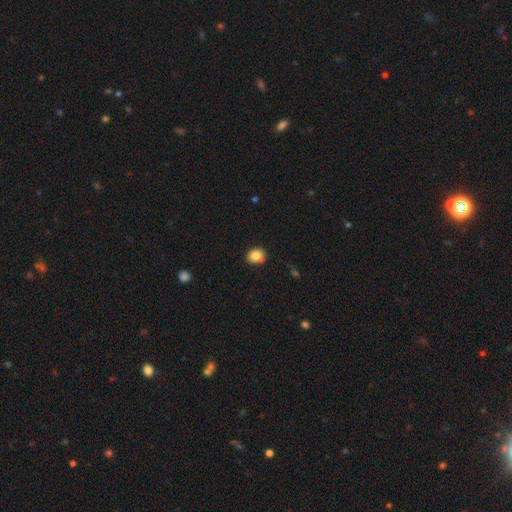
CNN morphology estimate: Smooth or featured: smooth — 85% (star or artifact — 10%)
How rounded: round — 60% (in between — 39%)
Merging: none — 83% (minor disturbance — 13%)